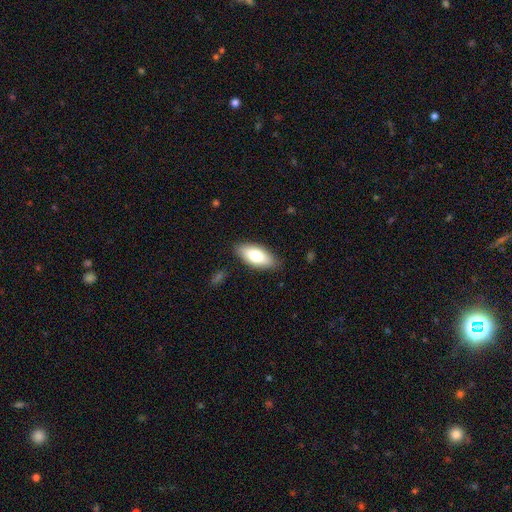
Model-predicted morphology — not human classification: Smooth or featured? smooth (75%)
How rounded? in between (86%)
Merging? none (86%)